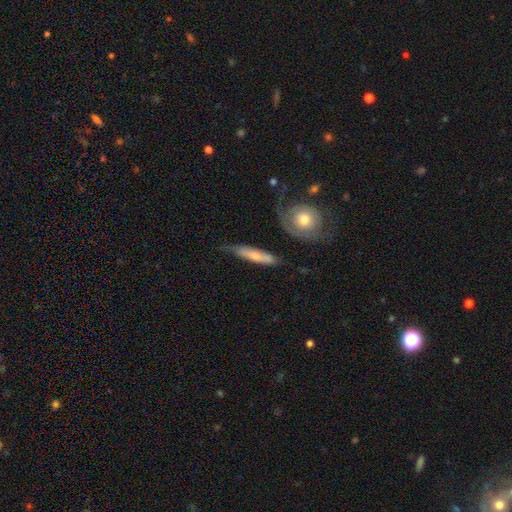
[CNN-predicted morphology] type=smooth (54%); roundness=cigar-shaped (78%); merging=none (59%).